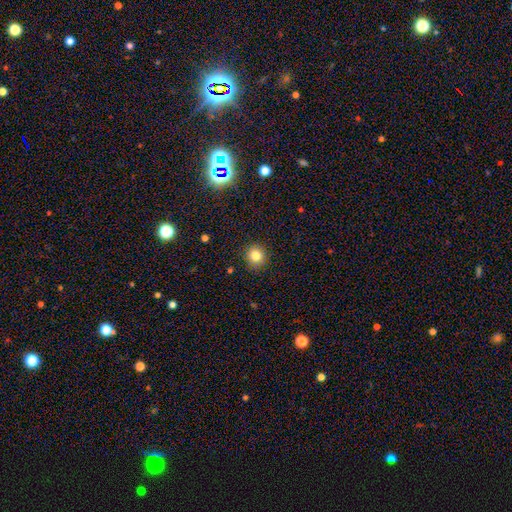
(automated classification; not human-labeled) Morphology: type=smooth (81%); roundness=round (89%); merging=none (90%).